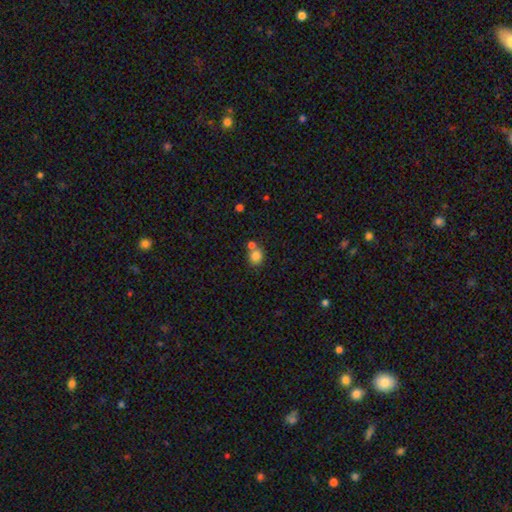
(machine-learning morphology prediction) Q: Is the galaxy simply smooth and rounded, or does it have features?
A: smooth — 82%.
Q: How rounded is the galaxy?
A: round — 77%.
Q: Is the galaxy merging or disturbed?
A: none — 54%.